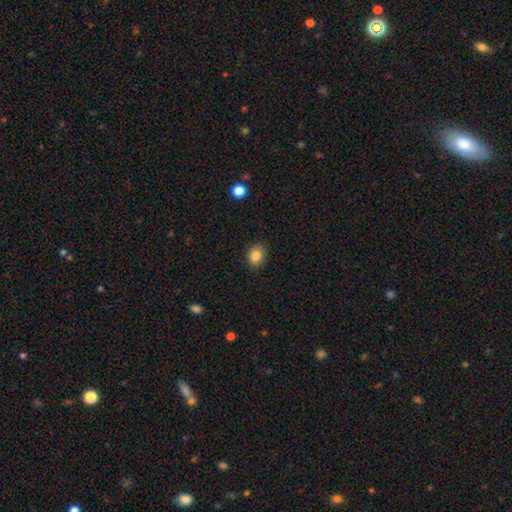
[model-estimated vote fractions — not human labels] Smooth or featured?
  - smooth: 84% *
  - star or artifact: 10%
  - featured or disk: 6%
How rounded?
  - round: 53% *
  - in between: 47%
  - cigar-shaped: 1%
Merging?
  - none: 86% *
  - minor disturbance: 11%
  - major disturbance: 2%
  - merger: 1%